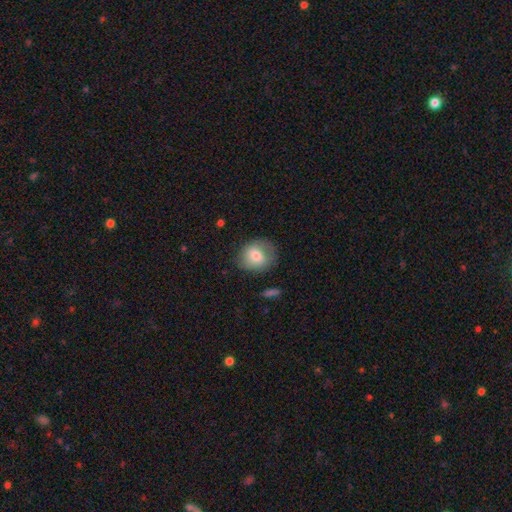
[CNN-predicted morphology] Q: Smooth or featured?
A: smooth (73%); runner-up: featured or disk (19%)
Q: How rounded?
A: round (65%); runner-up: in between (34%)
Q: Merging?
A: none (70%); runner-up: minor disturbance (21%)